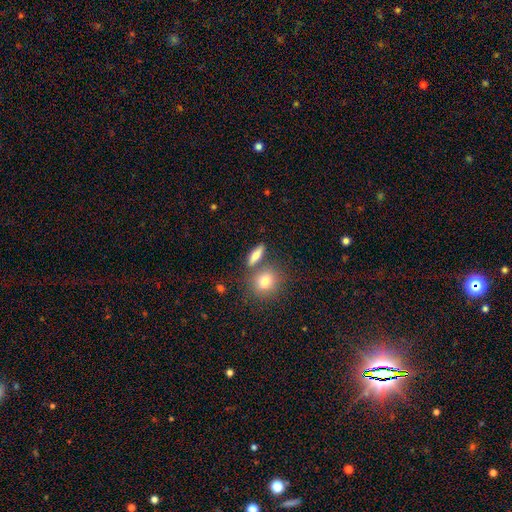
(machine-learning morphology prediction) Smooth or featured? Predicted: smooth (p=0.76). How rounded? Predicted: in between (p=0.42). Merging? Predicted: none (p=0.73).